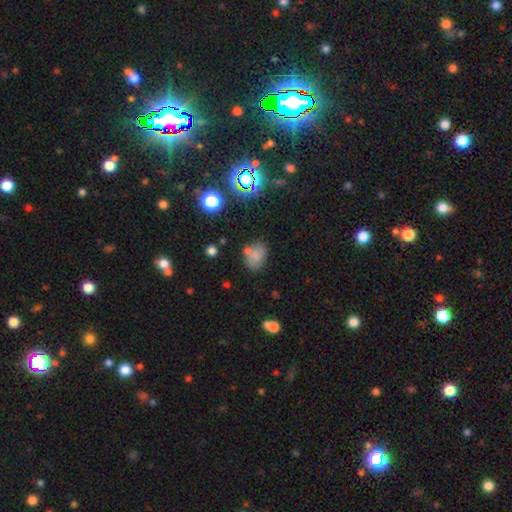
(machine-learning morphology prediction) This is likely a smooth galaxy (65%). How rounded: likely in between (62%). Merging: possibly none (54%).